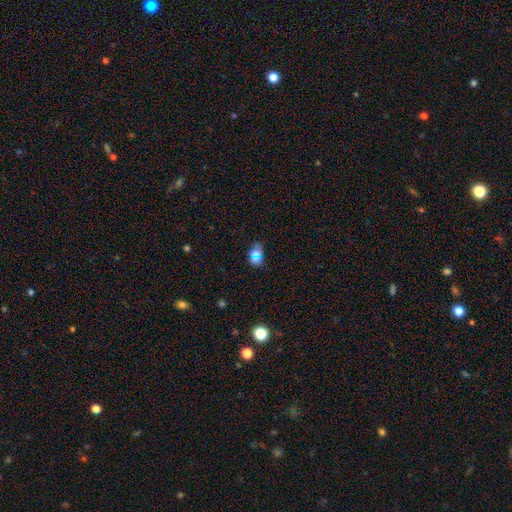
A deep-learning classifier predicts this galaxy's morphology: Overall: smooth (62%; star or artifact 29%). How rounded: in between (66%; round 31%). Merging: none (78%).